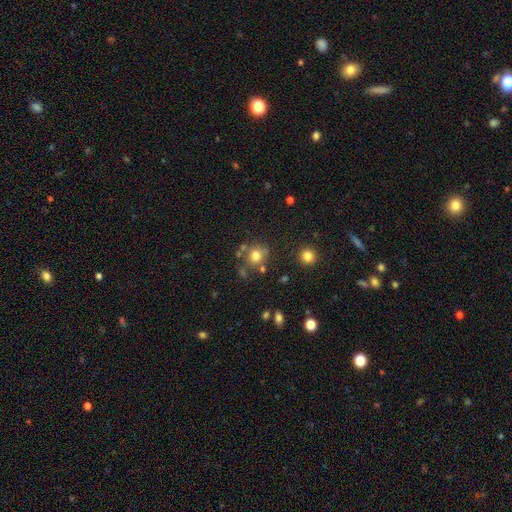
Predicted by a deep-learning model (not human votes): Smooth or featured? Predicted: smooth (p=0.75). How rounded? Predicted: round (p=0.86). Merging? Predicted: none (p=0.68).